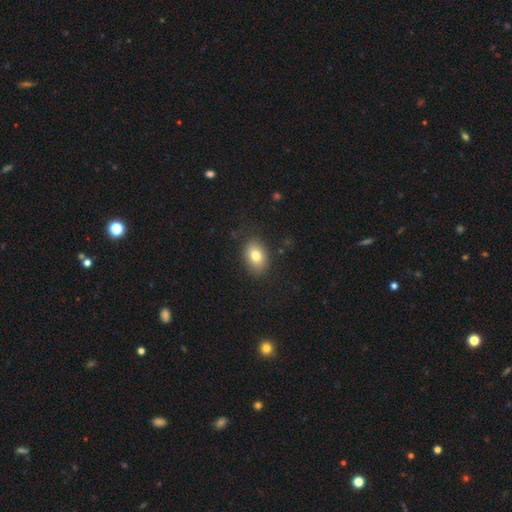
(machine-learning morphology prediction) Overall: smooth (79%). How rounded: in between (79%). Merging: none (84%).